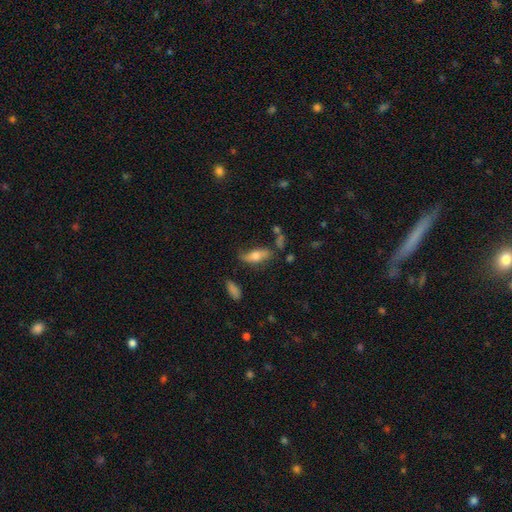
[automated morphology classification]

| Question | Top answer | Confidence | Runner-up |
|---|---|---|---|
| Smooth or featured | smooth | 53% | featured or disk (39%) |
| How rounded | in between | 62% | cigar-shaped (35%) |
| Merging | none | 61% | minor disturbance (24%) |